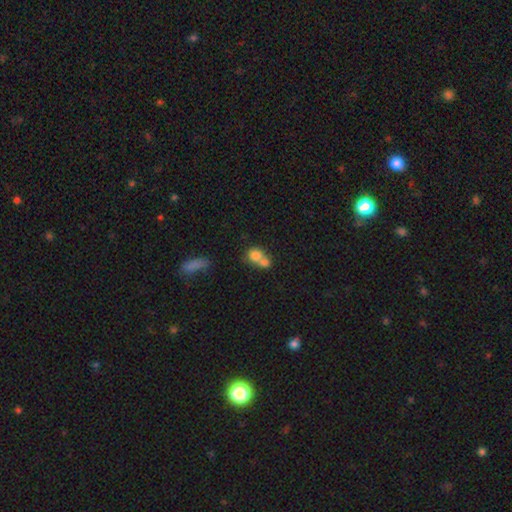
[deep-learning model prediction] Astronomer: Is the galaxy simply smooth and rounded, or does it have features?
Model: smooth — 75%.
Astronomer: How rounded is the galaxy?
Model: round — 68%.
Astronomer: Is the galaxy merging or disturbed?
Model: merger — 66%.